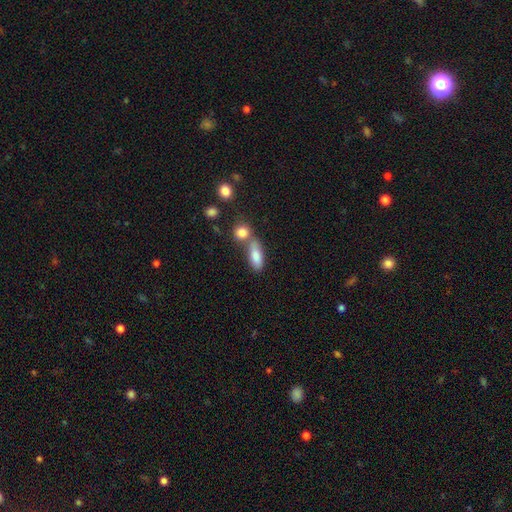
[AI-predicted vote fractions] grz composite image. It shows a smooth galaxy with no disk features (80%) that is in between round and cigar-shaped (70%). Merging: none (47%).